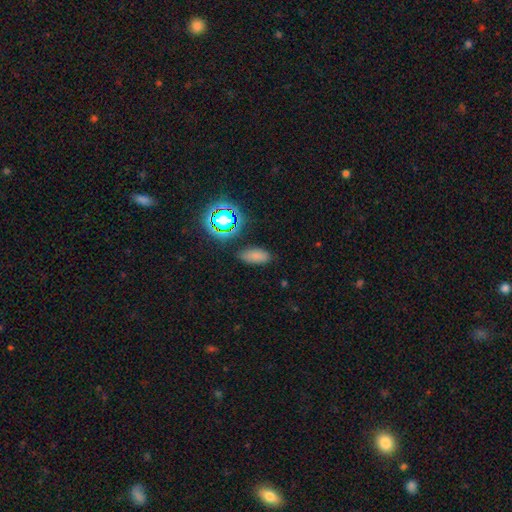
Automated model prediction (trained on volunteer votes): Q: Smooth or featured?
A: smooth (73%); runner-up: star or artifact (18%)
Q: How rounded?
A: in between (87%); runner-up: cigar-shaped (9%)
Q: Merging?
A: none (81%); runner-up: minor disturbance (13%)